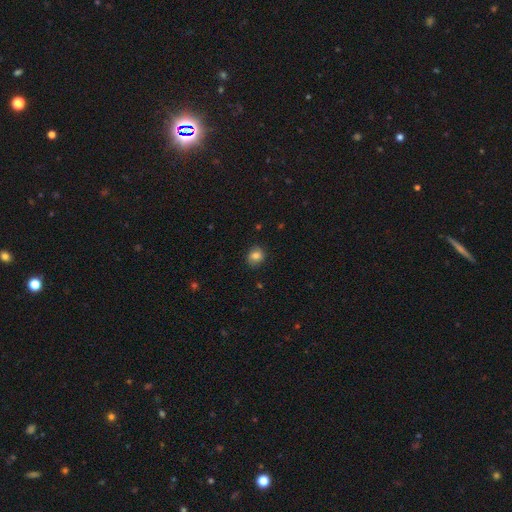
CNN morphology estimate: This is clearly a smooth galaxy (82%). How rounded: likely round (70%). Merging: clearly none (83%).